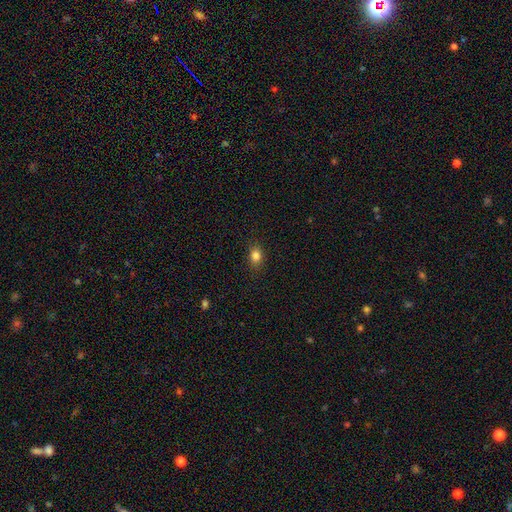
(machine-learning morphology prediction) smooth-or-featured: smooth: 83% | star or artifact: 11% | featured or disk: 6%
  how-rounded: in between: 62% | round: 36% | cigar-shaped: 2%
  merging: none: 87% | minor disturbance: 9% | major disturbance: 2% | merger: 1%